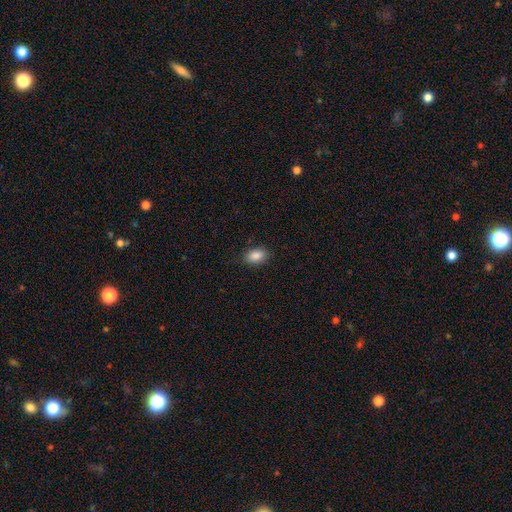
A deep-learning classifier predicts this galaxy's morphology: smooth 88%, star or artifact 8%, featured or disk 4%. Down the decision tree: how rounded — in between (88%); merging — none (85%).